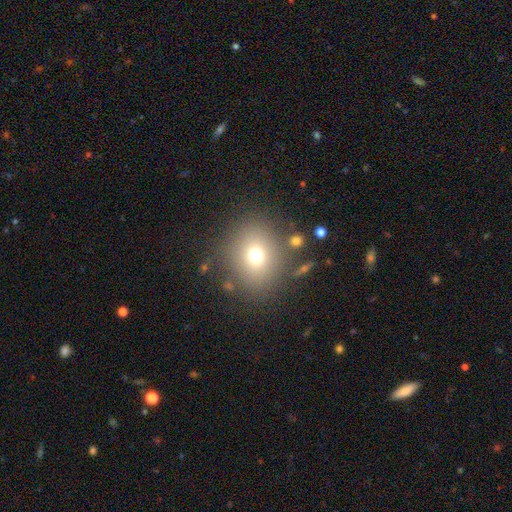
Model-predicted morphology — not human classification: This is likely a smooth galaxy (69%). How rounded: likely round (75%). Merging: clearly none (80%).